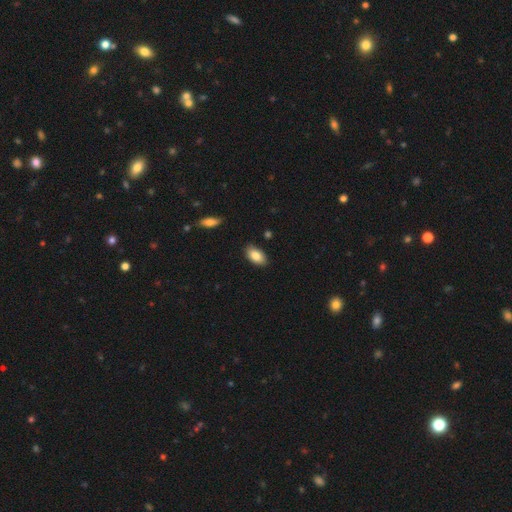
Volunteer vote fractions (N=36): Smooth or featured? 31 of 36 (86%) said smooth. How rounded? 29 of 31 (94%) said in between. Merging? 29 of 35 (83%) said none.